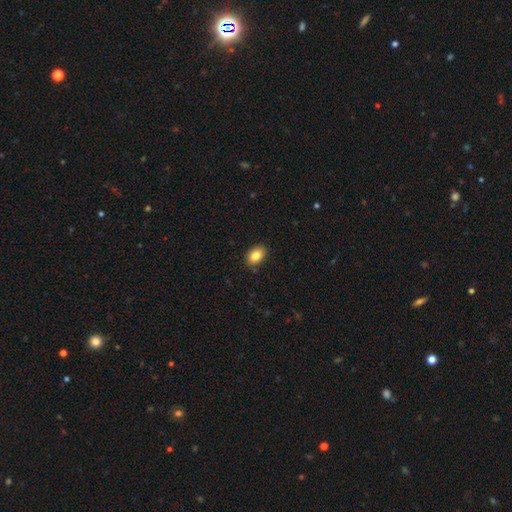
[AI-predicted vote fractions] A smooth galaxy with no disk features (85%) that is in between round and cigar-shaped (86%). Merging: none (88%).